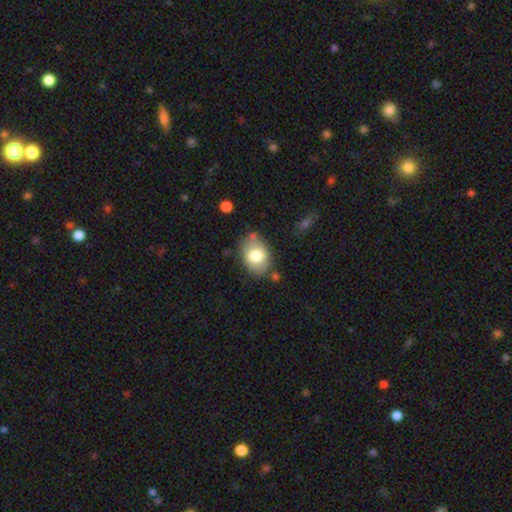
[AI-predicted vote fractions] Morphology: type=smooth (74%); roundness=in between (74%); merging=none (73%).